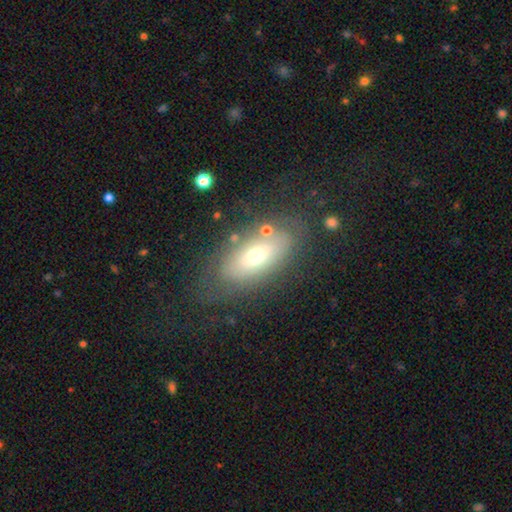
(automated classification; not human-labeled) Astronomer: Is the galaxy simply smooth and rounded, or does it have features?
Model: featured or disk — 48% (runner-up: smooth, 43%).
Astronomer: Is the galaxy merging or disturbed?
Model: none — 71%.